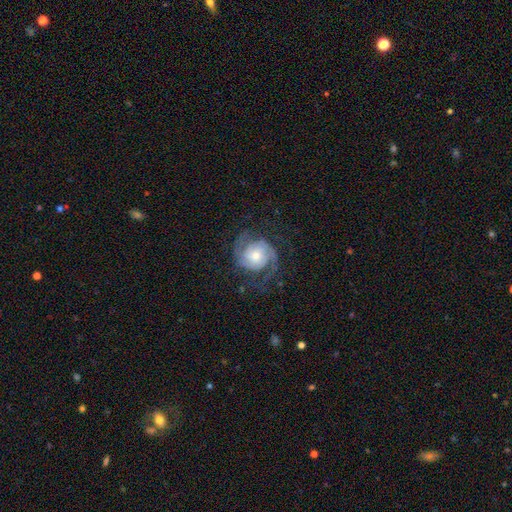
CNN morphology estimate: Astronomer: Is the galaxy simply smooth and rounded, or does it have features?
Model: featured or disk — 85%.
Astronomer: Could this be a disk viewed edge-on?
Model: no — 98%.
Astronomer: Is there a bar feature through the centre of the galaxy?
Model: no — 69%.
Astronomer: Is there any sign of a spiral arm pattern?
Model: yes — 96%.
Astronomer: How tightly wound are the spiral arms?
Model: medium — 46% (runner-up: tight, 38%).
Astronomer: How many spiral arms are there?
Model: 2 — 69%.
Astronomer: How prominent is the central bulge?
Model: moderate — 47% (runner-up: small, 43%).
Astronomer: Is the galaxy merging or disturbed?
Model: none — 69%.